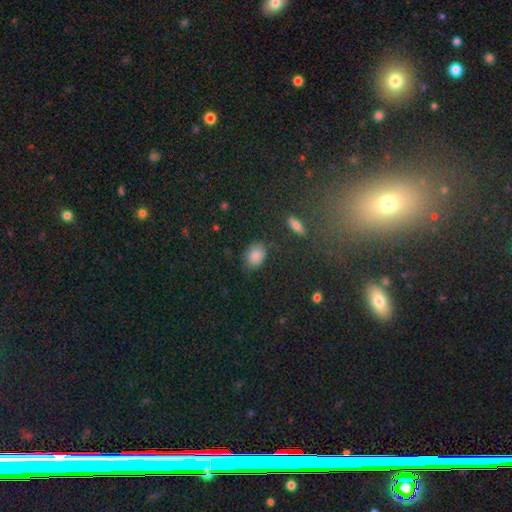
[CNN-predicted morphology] smooth 84%, star or artifact 10%, featured or disk 6%. Down the decision tree: how rounded — in between (70%); merging — none (75%).